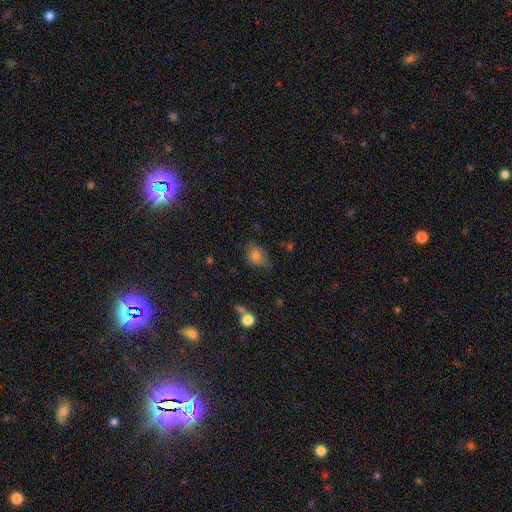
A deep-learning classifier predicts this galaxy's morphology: Smooth or featured?
  - smooth: 80% *
  - star or artifact: 11%
  - featured or disk: 9%
How rounded?
  - in between: 64% *
  - round: 34%
  - cigar-shaped: 1%
Merging?
  - none: 65% *
  - minor disturbance: 25%
  - major disturbance: 7%
  - merger: 3%